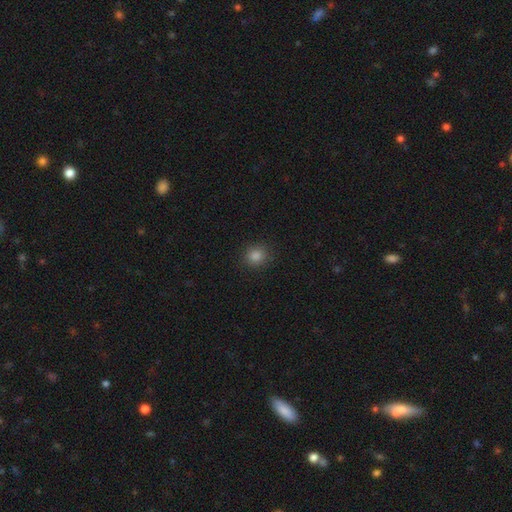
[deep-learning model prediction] smooth_or_featured: smooth (p=0.83) [alt: star or artifact p=0.13]
how_rounded: round (p=0.87) [alt: in between p=0.12]
merging: none (p=0.89) [alt: minor disturbance p=0.07]